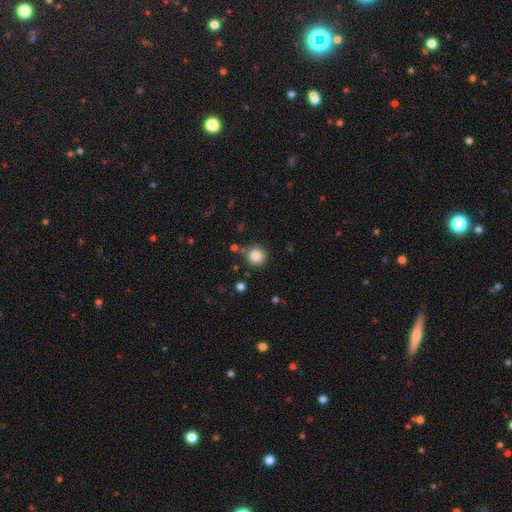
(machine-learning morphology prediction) type=smooth (84%); roundness=round (94%); merging=none (83%).